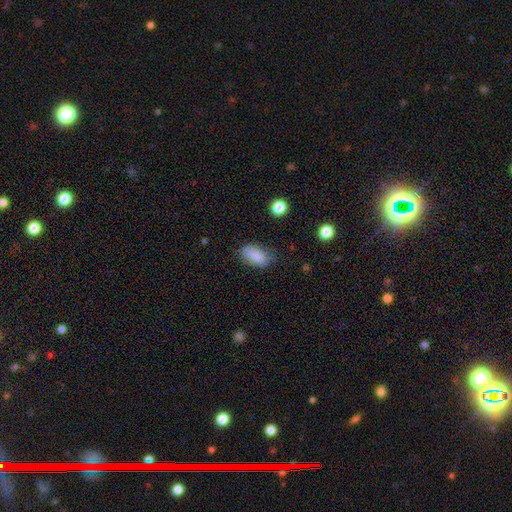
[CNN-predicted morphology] A smooth galaxy with no disk features (84%) that is in between round and cigar-shaped (90%). Merging: none (70%).